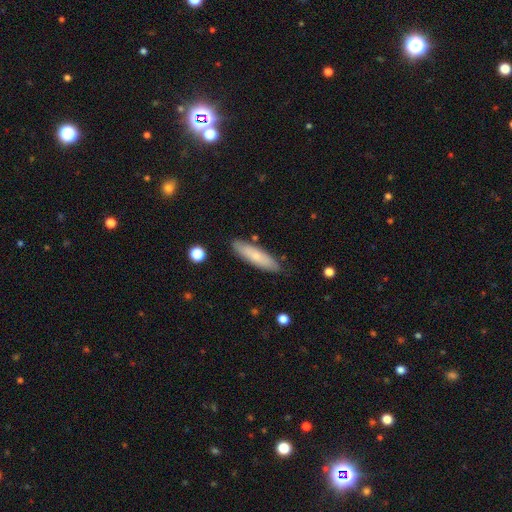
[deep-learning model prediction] Smooth or featured? Predicted: smooth (p=0.69). How rounded? Predicted: cigar-shaped (p=0.70). Merging? Predicted: none (p=0.85).